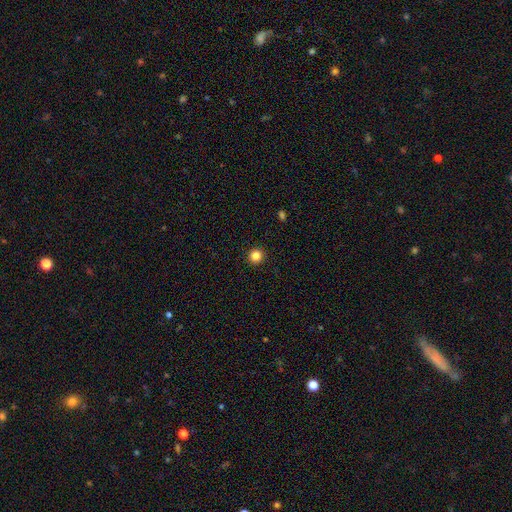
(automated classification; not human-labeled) Morphology: type=smooth (84%); roundness=round (94%); merging=none (93%).